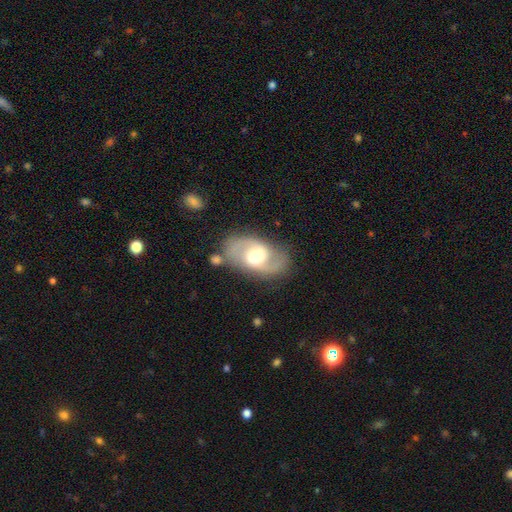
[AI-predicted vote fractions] The model was most divided on "bar": weak: 48%, no: 34%, strong: 17%. Remaining: edge-on disk — no (96%); spiral arm count — 2 (89%); spiral arms — yes (87%); smooth or featured — featured or disk (76%); merging — none (73%); bulge size — moderate (63%); spiral winding — medium (49%).